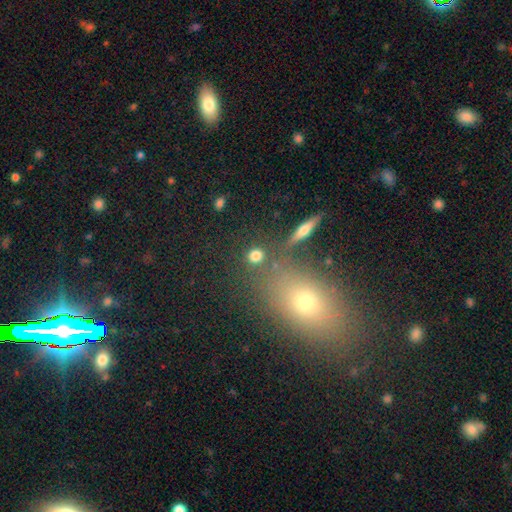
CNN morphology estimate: Smooth or featured: smooth — 80% (star or artifact — 12%)
How rounded: round — 82% (in between — 15%)
Merging: none — 82% (minor disturbance — 8%)